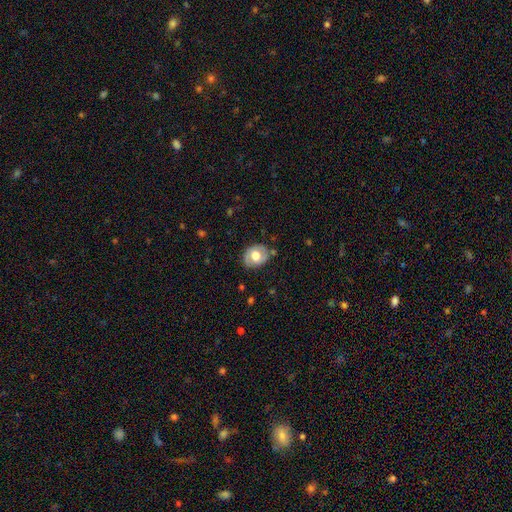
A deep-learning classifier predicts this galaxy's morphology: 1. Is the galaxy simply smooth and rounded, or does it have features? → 56% smooth, 37% featured or disk, 7% star or artifact.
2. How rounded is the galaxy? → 54% round, 45% in between, 1% cigar-shaped.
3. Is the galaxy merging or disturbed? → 77% none, 17% minor disturbance, 4% major disturbance, 2% merger.